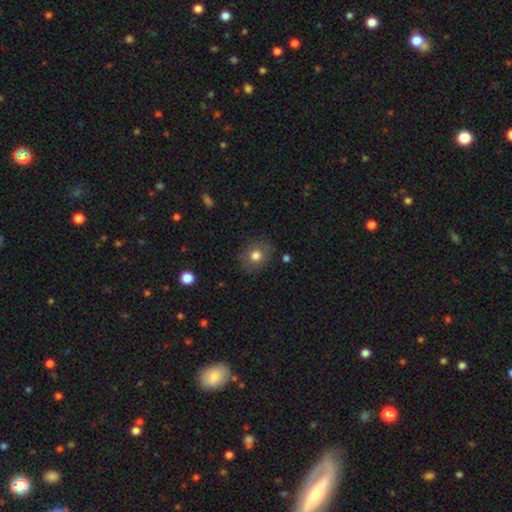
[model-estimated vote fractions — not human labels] Morphology: type=smooth (78%); roundness=round (69%); merging=none (83%).